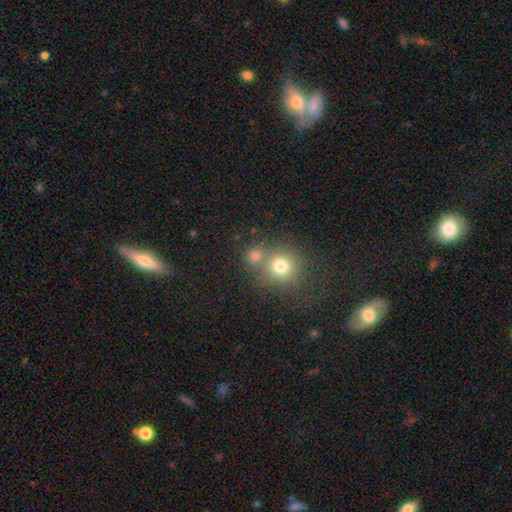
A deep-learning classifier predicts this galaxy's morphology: smooth-or-featured: smooth: 73% | star or artifact: 17% | featured or disk: 10%
  how-rounded: round: 84% | in between: 15% | cigar-shaped: 1%
  merging: none: 50% | merger: 39% | minor disturbance: 8% | major disturbance: 4%